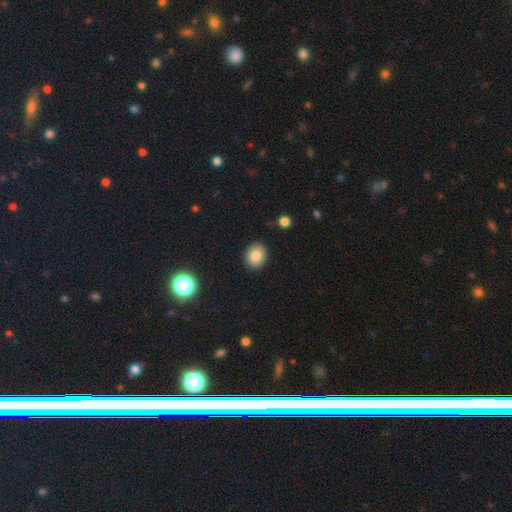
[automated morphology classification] smooth_or_featured: smooth (p=0.83) [alt: star or artifact p=0.10]
how_rounded: round (p=0.54) [alt: in between p=0.45]
merging: none (p=0.88) [alt: minor disturbance p=0.08]